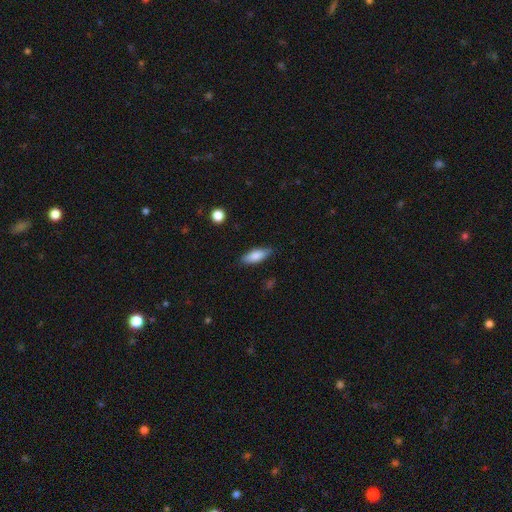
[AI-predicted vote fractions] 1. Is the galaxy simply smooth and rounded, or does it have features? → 83% smooth, 10% featured or disk, 6% star or artifact.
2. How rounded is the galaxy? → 69% in between, 29% cigar-shaped, 2% round.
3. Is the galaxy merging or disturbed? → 84% none, 12% minor disturbance, 3% major disturbance, 1% merger.